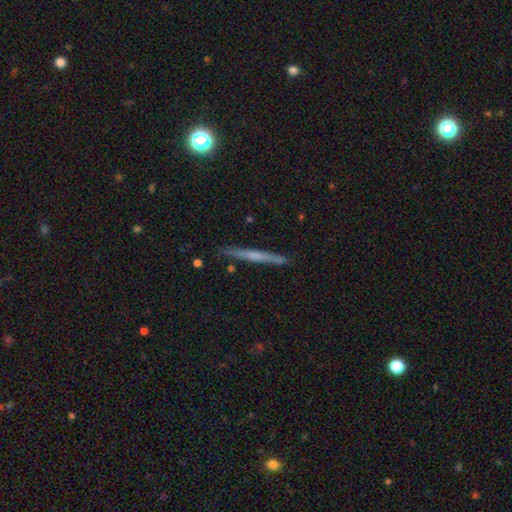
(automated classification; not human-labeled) This is possibly a featured or disk galaxy (58%). It is clearly viewed edge-on (97%). Edge-on bulge: possibly none (60%). Merging: clearly none (89%).